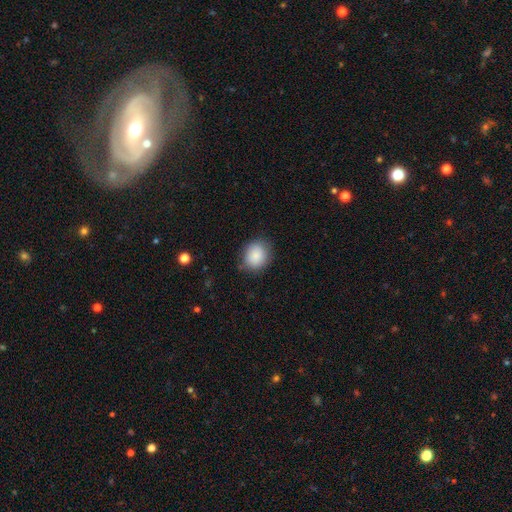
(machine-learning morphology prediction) A smooth galaxy with no disk features (87%) that is round (65%).

Vote fractions:
- Smooth or featured? smooth: 87% / star or artifact: 8% / featured or disk: 6%
- How rounded? round: 65% / in between: 34% / cigar-shaped: 1%
- Merging? none: 80% / minor disturbance: 15% / major disturbance: 4% / merger: 1%